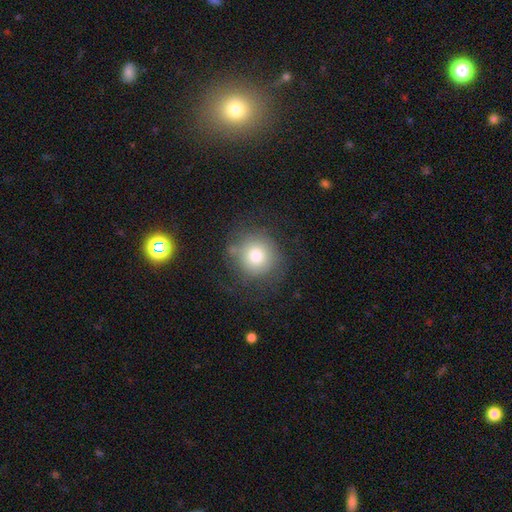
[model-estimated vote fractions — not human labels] This is likely a smooth galaxy (74%). How rounded: clearly round (92%). Merging: likely none (73%).